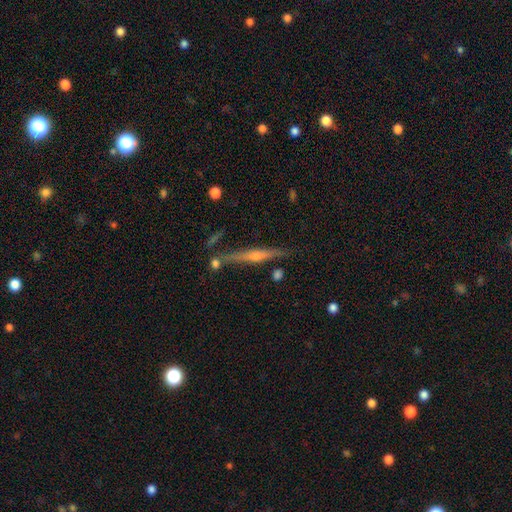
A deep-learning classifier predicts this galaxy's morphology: featured or disk 76%, smooth 17%, star or artifact 7%. Down the decision tree: edge-on disk — yes (97%); edge-on bulge — rounded (87%); merging — none (80%).